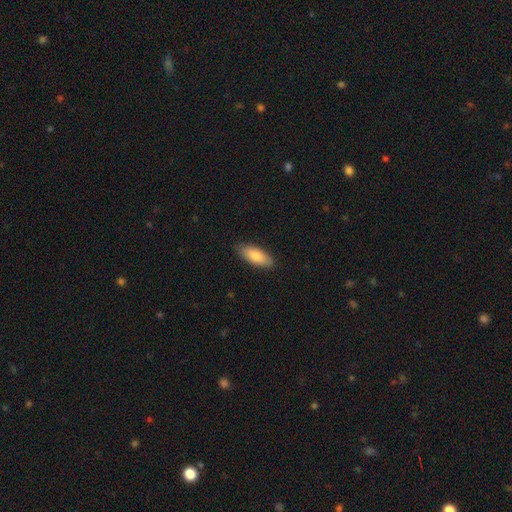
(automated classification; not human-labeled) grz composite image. It shows a smooth galaxy with no disk features (81%) that is in between round and cigar-shaped (79%). Merging: none (87%).